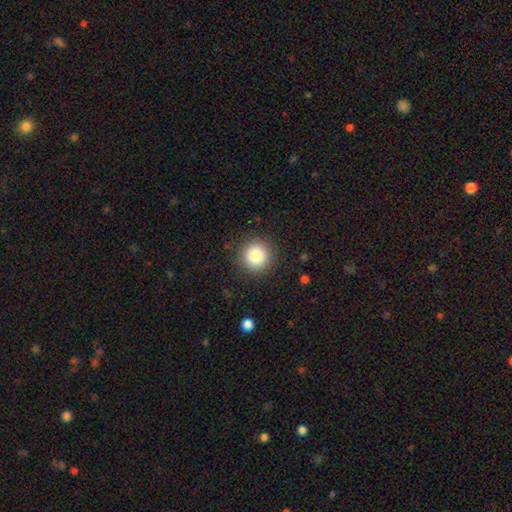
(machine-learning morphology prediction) A smooth galaxy with no disk features (84%) that is round (95%).

Vote fractions:
- Smooth or featured? smooth: 84% / star or artifact: 10% / featured or disk: 6%
- How rounded? round: 95% / in between: 4% / cigar-shaped: 1%
- Merging? none: 90% / minor disturbance: 6% / major disturbance: 3% / merger: 1%